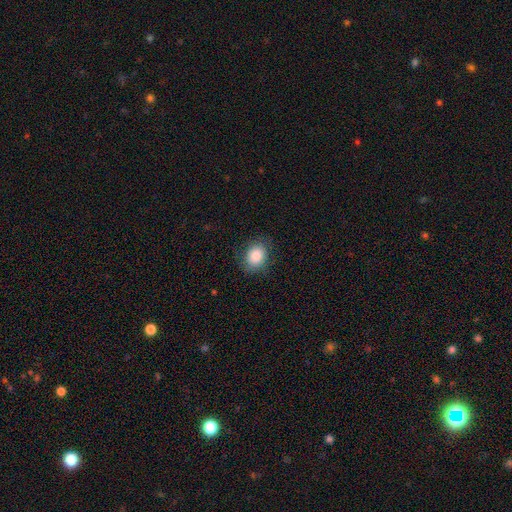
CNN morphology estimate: This appears to be a smooth galaxy with no disk features (86%) that is in between round and cigar-shaped (53%). Merging: none (83%).